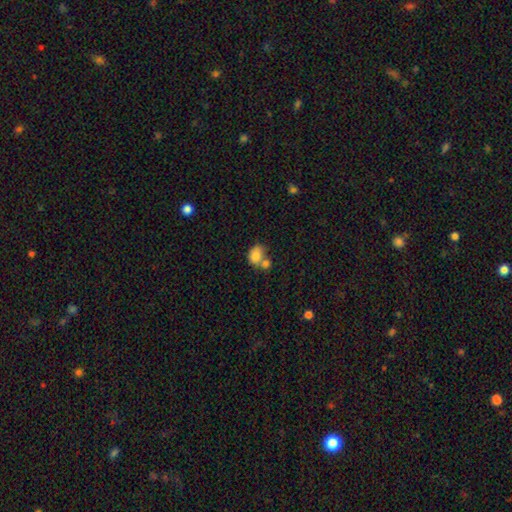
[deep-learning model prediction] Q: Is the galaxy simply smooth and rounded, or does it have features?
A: smooth — 80%.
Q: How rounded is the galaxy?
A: in between — 60%.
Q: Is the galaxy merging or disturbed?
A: merger — 46%.